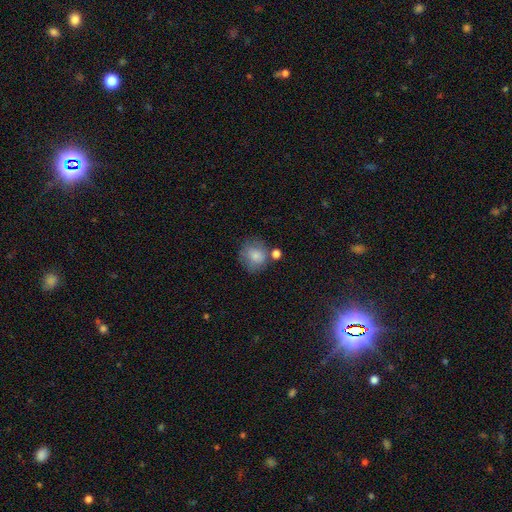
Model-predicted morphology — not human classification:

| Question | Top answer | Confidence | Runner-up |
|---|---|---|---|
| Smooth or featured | smooth | 80% | featured or disk (11%) |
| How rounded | round | 79% | in between (20%) |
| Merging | none | 60% | minor disturbance (19%) |